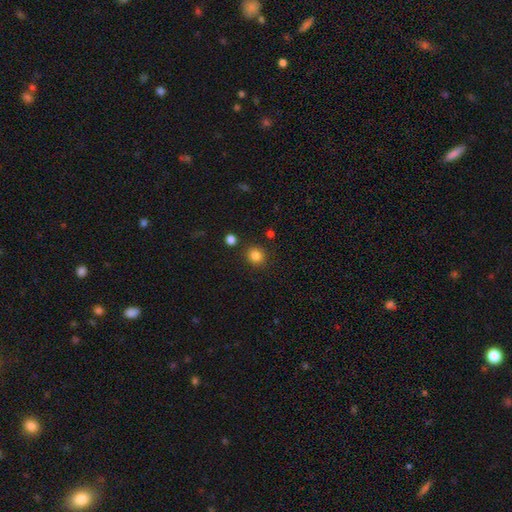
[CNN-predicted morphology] smooth 84%, star or artifact 12%, featured or disk 4%. Down the decision tree: how rounded — round (88%); merging — none (87%).